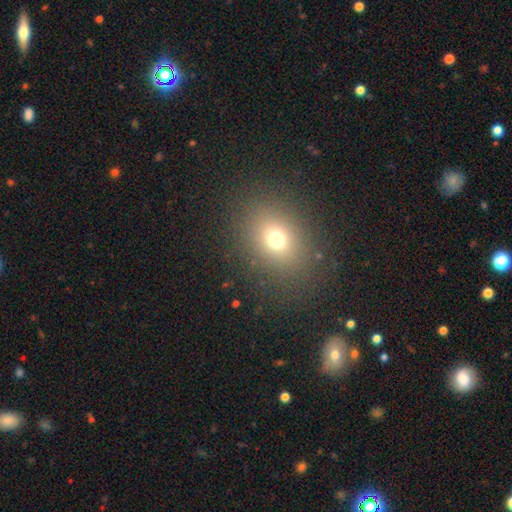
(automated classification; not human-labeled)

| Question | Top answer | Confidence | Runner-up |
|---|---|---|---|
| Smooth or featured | smooth | 62% | star or artifact (29%) |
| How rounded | round | 50% | in between (48%) |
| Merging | none | 89% | minor disturbance (7%) |